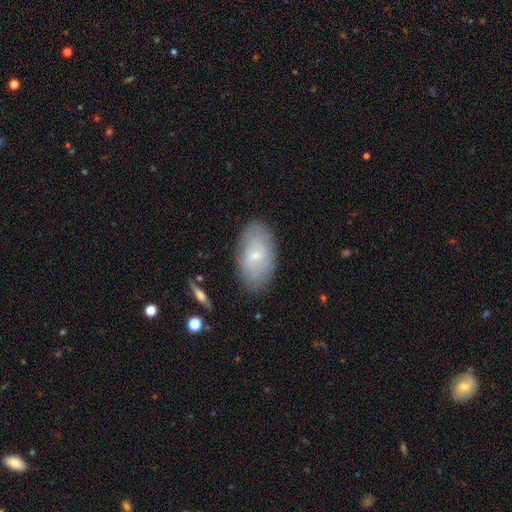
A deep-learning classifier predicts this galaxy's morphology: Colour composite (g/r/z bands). It shows a smooth galaxy with no disk features (51%) that is in between round and cigar-shaped (93%). Merging: none (81%).